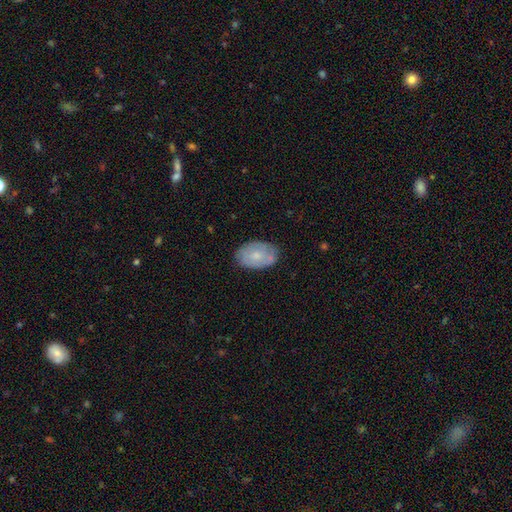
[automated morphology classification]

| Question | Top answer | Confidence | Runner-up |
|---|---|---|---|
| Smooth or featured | smooth | 62% | featured or disk (32%) |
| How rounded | in between | 88% | round (11%) |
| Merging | none | 72% | minor disturbance (20%) |